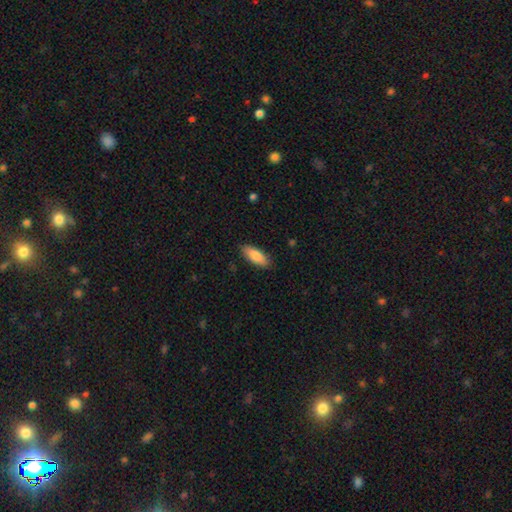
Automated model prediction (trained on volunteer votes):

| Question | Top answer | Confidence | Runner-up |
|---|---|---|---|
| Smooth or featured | smooth | 85% | featured or disk (9%) |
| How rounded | in between | 75% | cigar-shaped (23%) |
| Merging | none | 87% | minor disturbance (10%) |